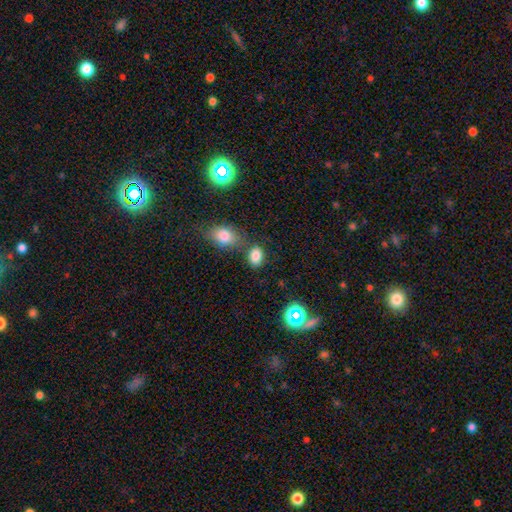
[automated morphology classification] Smooth or featured: smooth — 82% (star or artifact — 11%)
How rounded: in between — 78% (round — 21%)
Merging: none — 66% (merger — 15%)